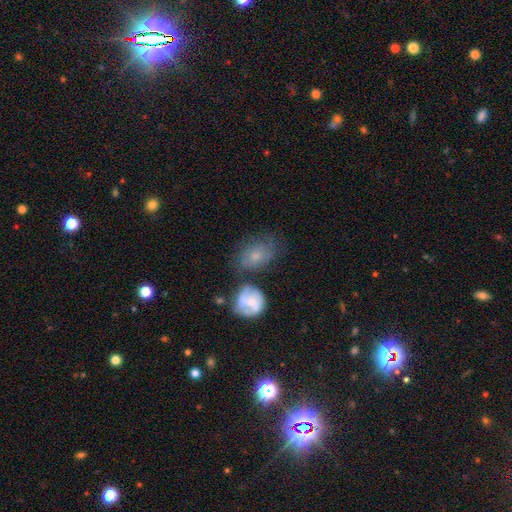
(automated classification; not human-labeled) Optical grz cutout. It shows a smooth galaxy with no disk features (51%) that is in between round and cigar-shaped (68%). Merging: none (41%).